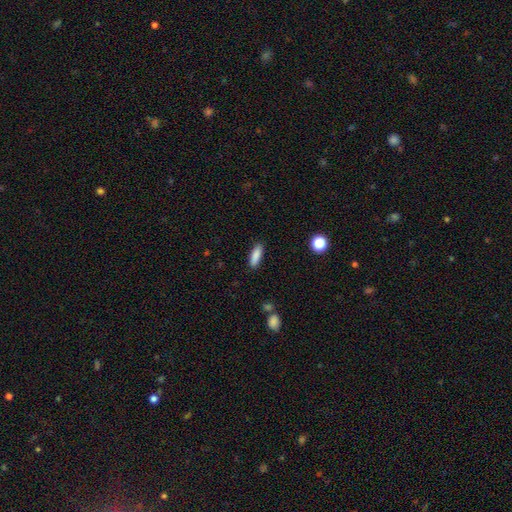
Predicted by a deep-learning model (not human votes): smooth_or_featured: smooth (p=0.87) [alt: star or artifact p=0.07]
how_rounded: cigar-shaped (p=0.49) [tied with: in between p=0.49]
merging: none (p=0.88) [alt: minor disturbance p=0.08]